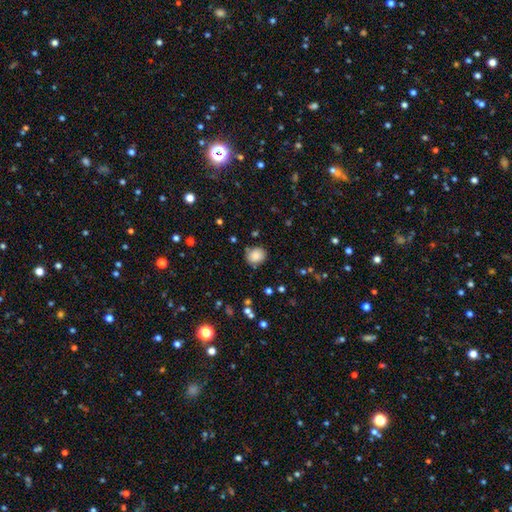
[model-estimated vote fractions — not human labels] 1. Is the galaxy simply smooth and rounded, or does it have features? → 85% smooth, 9% star or artifact, 5% featured or disk.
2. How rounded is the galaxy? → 72% round, 28% in between, 1% cigar-shaped.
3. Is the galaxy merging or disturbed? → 81% none, 14% minor disturbance, 3% major disturbance, 3% merger.